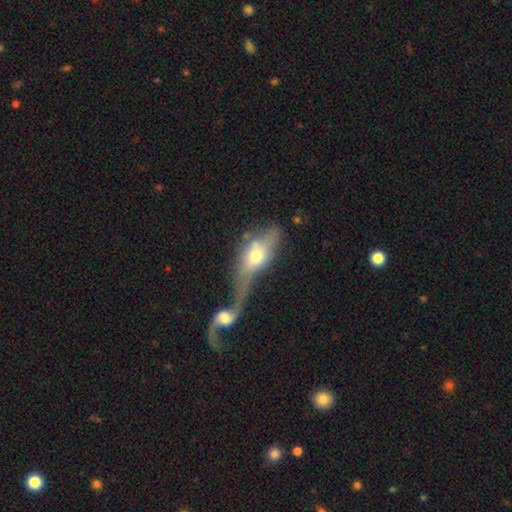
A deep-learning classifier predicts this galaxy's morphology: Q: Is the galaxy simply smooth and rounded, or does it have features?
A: smooth — 54%.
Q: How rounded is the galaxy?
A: in between — 76%.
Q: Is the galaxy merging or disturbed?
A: merger — 54%.